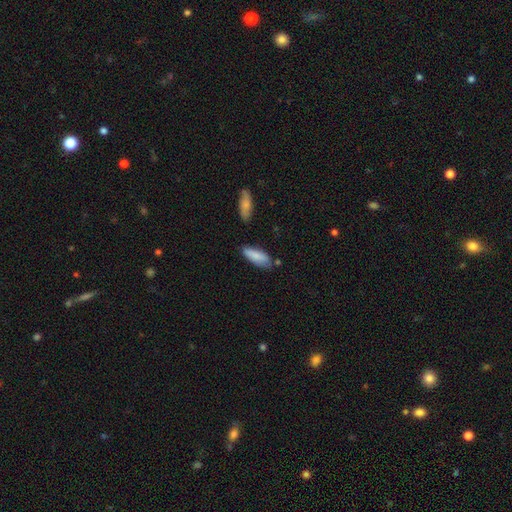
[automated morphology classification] A smooth galaxy with no disk features (84%) that is in between round and cigar-shaped (61%).

Vote fractions:
- Smooth or featured? smooth: 84% / featured or disk: 10% / star or artifact: 6%
- How rounded? in between: 61% / cigar-shaped: 38% / round: 2%
- Merging? none: 68% / minor disturbance: 22% / merger: 5% / major disturbance: 4%